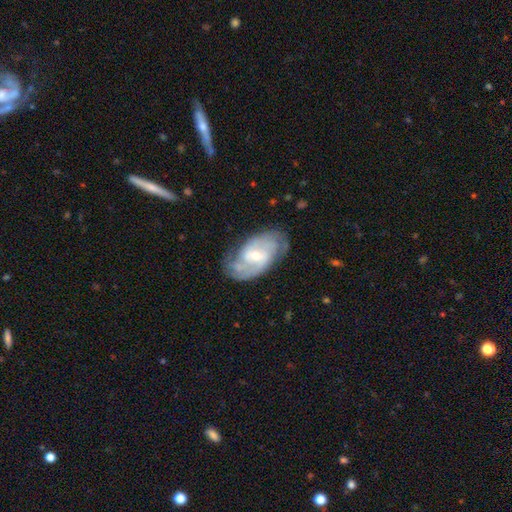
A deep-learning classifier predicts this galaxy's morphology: smooth_or_featured: featured or disk (p=0.83) [alt: smooth p=0.12]
disk_edge_on: no (p=0.95) [alt: yes p=0.05]
bar: weak (p=0.46) [alt: no p=0.39]
has_spiral_arms: yes (p=0.93) [alt: no p=0.07]
spiral_winding: tight (p=0.47) [alt: medium p=0.40]
spiral_arm_count: 2 (p=0.51) [alt: can't tell p=0.23]
bulge_size: small (p=0.53) [alt: moderate p=0.44]
merging: none (p=0.73) [alt: minor disturbance p=0.19]